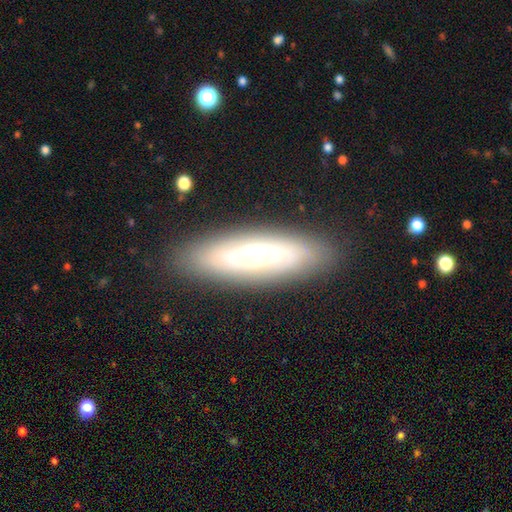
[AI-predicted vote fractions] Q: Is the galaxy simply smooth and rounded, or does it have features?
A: featured or disk — 57%.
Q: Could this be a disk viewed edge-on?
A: no — 57%.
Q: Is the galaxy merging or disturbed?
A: none — 85%.